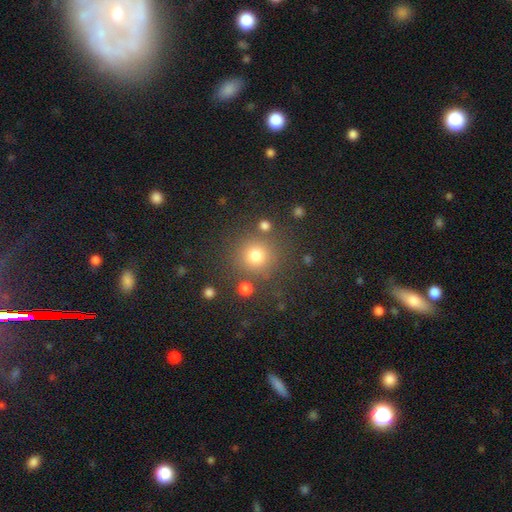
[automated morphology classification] smooth 77%, star or artifact 16%, featured or disk 7%. Down the decision tree: how rounded — round (93%); merging — none (81%).